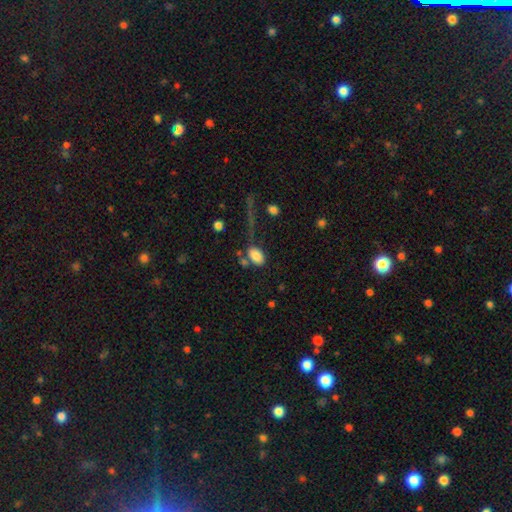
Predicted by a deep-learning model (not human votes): smooth 84%, star or artifact 9%, featured or disk 7%. Down the decision tree: how rounded — in between (89%); merging — none (59%).